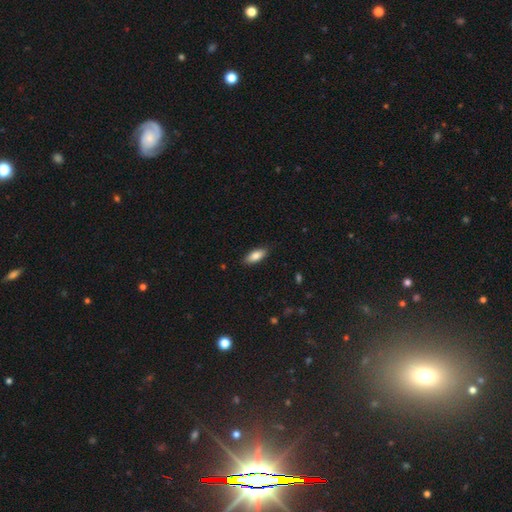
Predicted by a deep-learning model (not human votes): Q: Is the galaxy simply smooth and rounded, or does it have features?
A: smooth — 84%.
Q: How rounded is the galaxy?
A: in between — 82%.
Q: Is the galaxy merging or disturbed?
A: none — 86%.